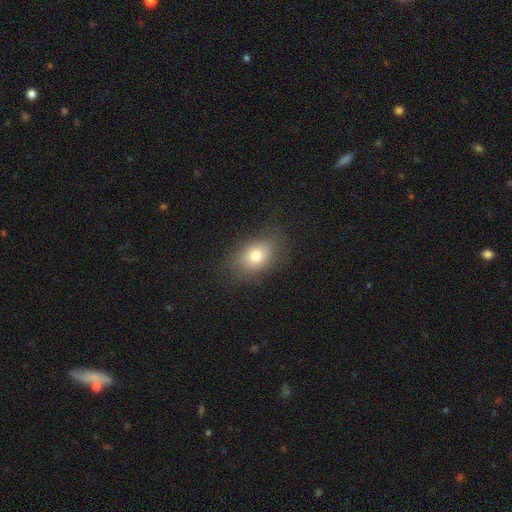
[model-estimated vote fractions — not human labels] This appears to be a smooth galaxy with no disk features (77%) that is in between round and cigar-shaped (74%). Merging: none (81%).